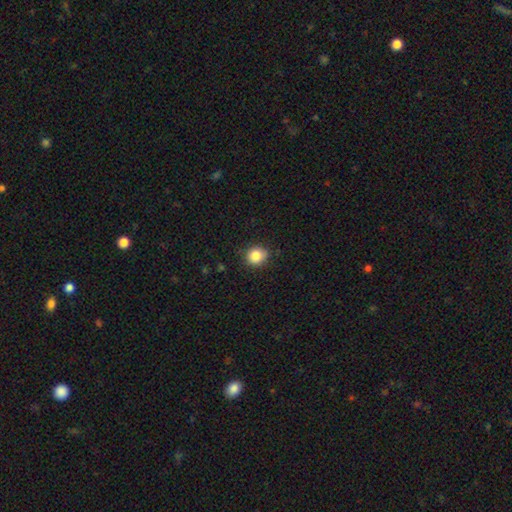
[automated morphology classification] Smooth or featured? smooth (85%)
How rounded? round (81%)
Merging? none (82%)